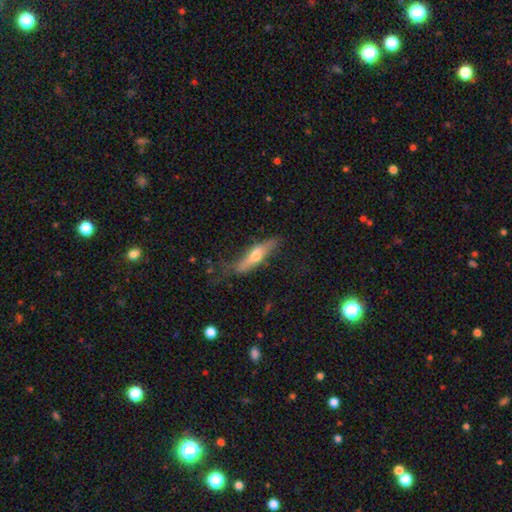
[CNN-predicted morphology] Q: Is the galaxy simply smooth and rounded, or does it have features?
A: featured or disk — 51%.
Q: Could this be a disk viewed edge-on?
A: yes — 83%.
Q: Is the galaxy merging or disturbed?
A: none — 62%.